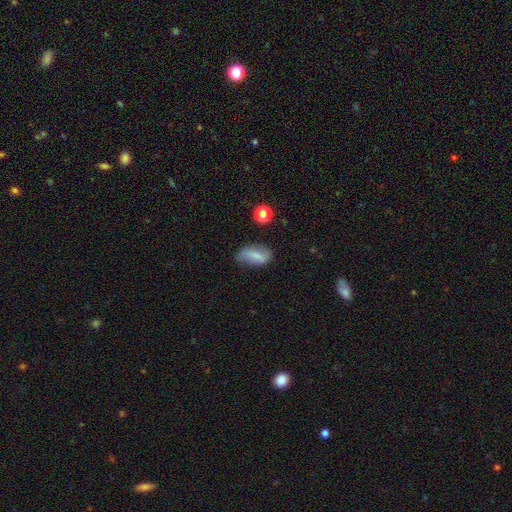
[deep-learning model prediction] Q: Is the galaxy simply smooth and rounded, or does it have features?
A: smooth — 70%.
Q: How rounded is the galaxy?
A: in between — 90%.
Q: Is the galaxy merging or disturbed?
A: none — 60%.